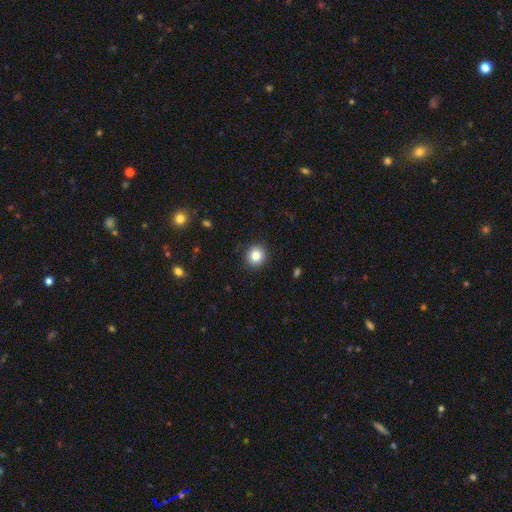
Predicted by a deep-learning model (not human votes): Smooth or featured?
  - smooth: 83% *
  - star or artifact: 10%
  - featured or disk: 6%
How rounded?
  - round: 91% *
  - in between: 8%
  - cigar-shaped: 1%
Merging?
  - none: 91% *
  - minor disturbance: 6%
  - major disturbance: 2%
  - merger: 1%